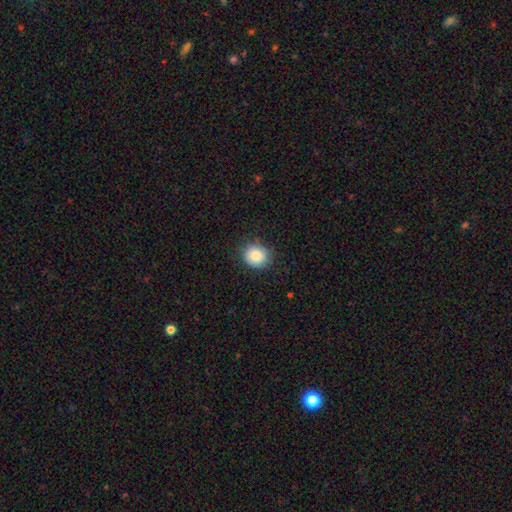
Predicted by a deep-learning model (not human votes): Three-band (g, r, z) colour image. It shows a smooth galaxy with no disk features (86%) that is round (80%). Merging: none (85%).